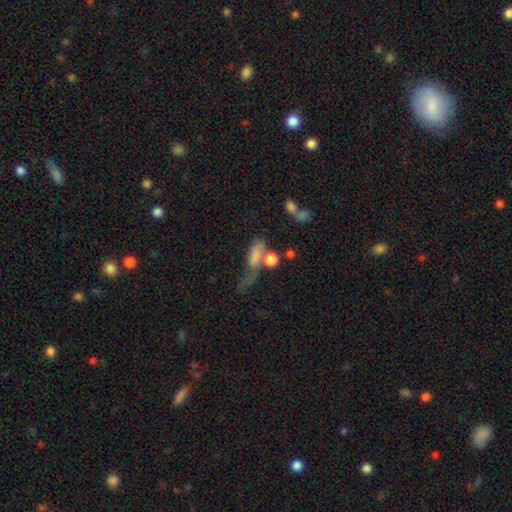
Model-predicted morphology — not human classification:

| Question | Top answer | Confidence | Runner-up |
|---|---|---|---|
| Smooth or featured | smooth | 68% | featured or disk (21%) |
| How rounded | in between | 57% | cigar-shaped (27%) |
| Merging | merger | 32% | major disturbance (27%) |